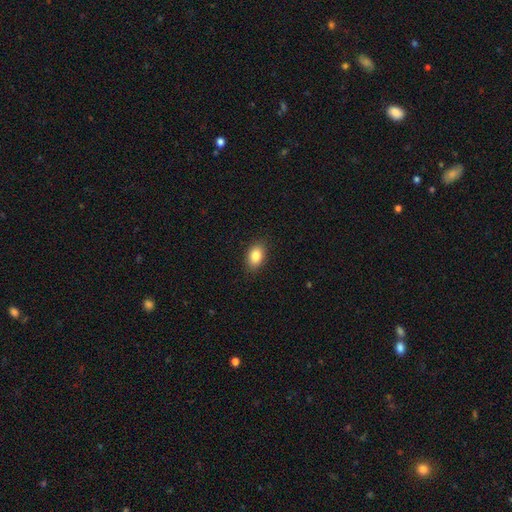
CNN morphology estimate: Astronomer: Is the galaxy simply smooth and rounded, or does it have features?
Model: smooth — 85%.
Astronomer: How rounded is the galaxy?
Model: in between — 86%.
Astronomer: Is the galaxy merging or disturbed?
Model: none — 88%.